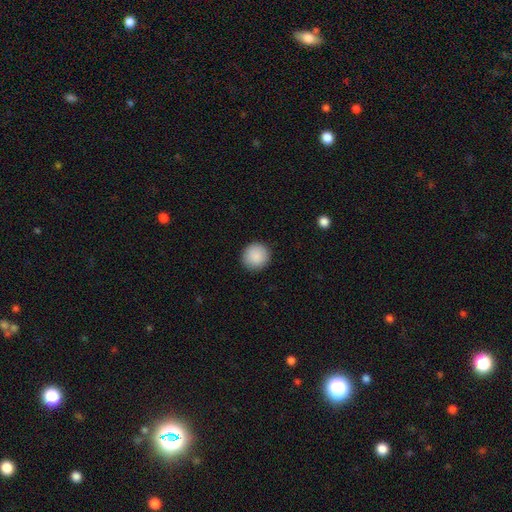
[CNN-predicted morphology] Smooth or featured? Predicted: smooth (p=0.90). How rounded? Predicted: round (p=0.94). Merging? Predicted: none (p=0.92).